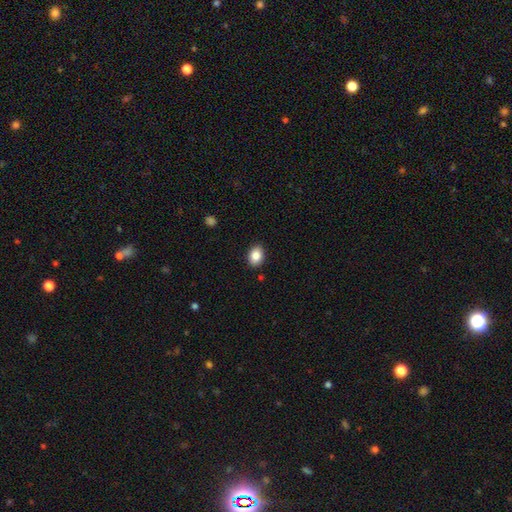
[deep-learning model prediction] This is clearly a smooth galaxy (86%). How rounded: likely in between (71%). Merging: clearly none (89%).